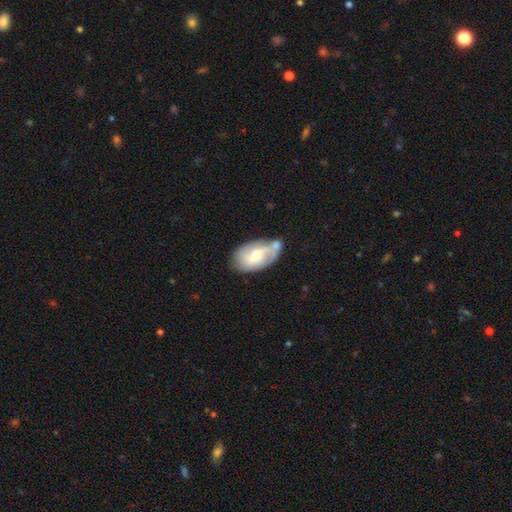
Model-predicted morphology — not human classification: Smooth or featured?
  - featured or disk: 54% *
  - smooth: 40%
  - star or artifact: 6%
Edge-on disk?
  - no: 95% *
  - yes: 5%
Bar?
  - weak: 46% *
  - no: 40%
  - strong: 14%
Spiral arms?
  - yes: 73% *
  - no: 27%
Bulge size?
  - small: 42% *
  - moderate: 39%
  - none: 10%
  - large: 7%
  - dominant: 2%
Merging?
  - none: 42% *
  - minor disturbance: 25%
  - merger: 22%
  - major disturbance: 11%